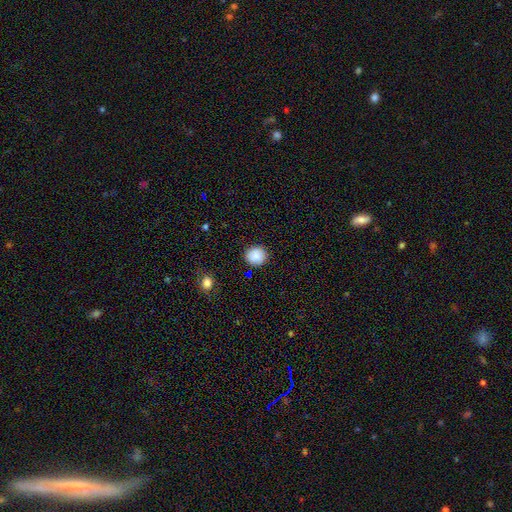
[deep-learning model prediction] The model was most divided on "how rounded": round: 87%, in between: 12%, cigar-shaped: 1%. More confident: merging — none (88%); smooth or featured — smooth (87%).